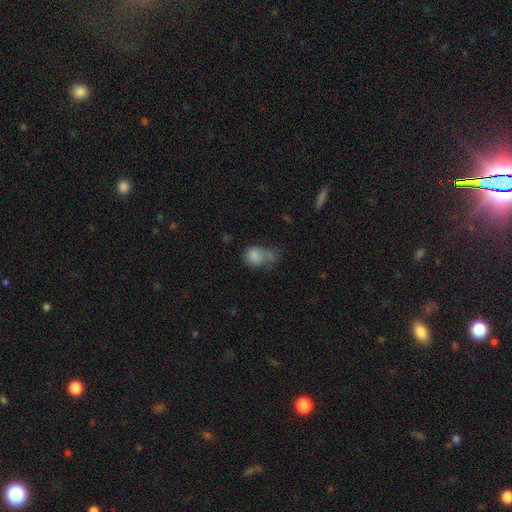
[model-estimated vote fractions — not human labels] A smooth galaxy with no disk features (76%) that is in between round and cigar-shaped (54%).

Vote fractions:
- Smooth or featured? smooth: 76% / featured or disk: 15% / star or artifact: 10%
- How rounded? in between: 54% / round: 44% / cigar-shaped: 1%
- Merging? none: 27% / major disturbance: 26% / minor disturbance: 24% / merger: 23%